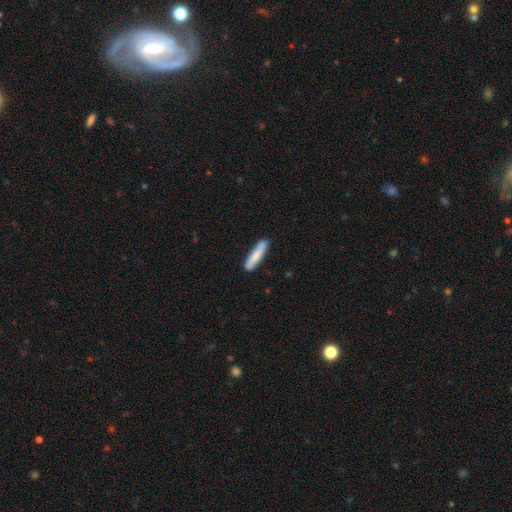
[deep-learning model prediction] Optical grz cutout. It shows a smooth galaxy with no disk features (81%) that is cigar-shaped (84%). Merging: none (86%).